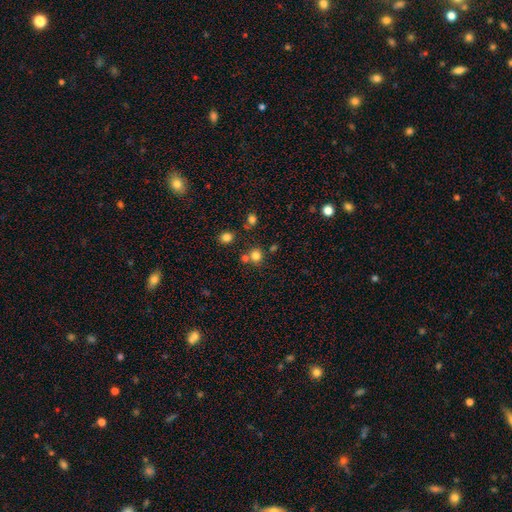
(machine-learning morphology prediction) Overall: smooth (78%). How rounded: round (87%). Merging: none (65%).